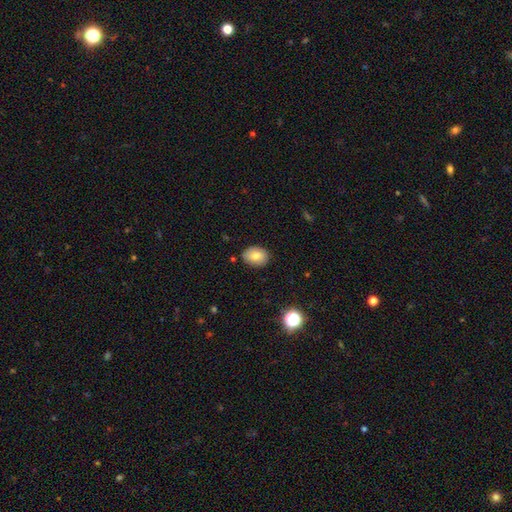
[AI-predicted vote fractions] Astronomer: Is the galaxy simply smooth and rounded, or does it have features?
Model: smooth — 78%.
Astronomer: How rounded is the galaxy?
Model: in between — 72%.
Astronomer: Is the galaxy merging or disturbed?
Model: none — 85%.